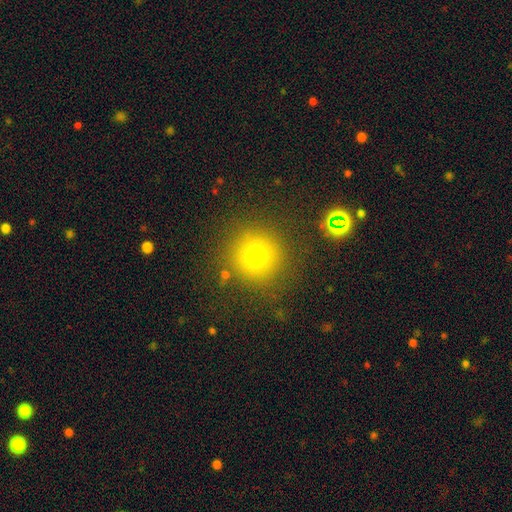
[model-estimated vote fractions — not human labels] Overall: smooth (69%). How rounded: round (95%). Merging: none (85%).